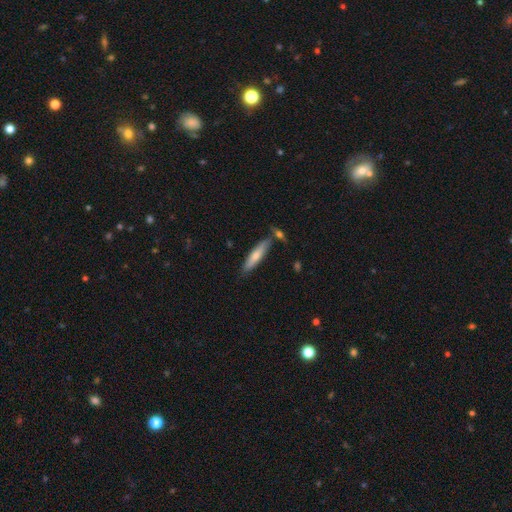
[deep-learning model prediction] A smooth galaxy with no disk features (61%) that is cigar-shaped (81%).

Vote fractions:
- Smooth or featured? smooth: 61% / featured or disk: 33% / star or artifact: 6%
- How rounded? cigar-shaped: 81% / in between: 18% / round: 2%
- Merging? none: 74% / minor disturbance: 14% / merger: 9% / major disturbance: 3%